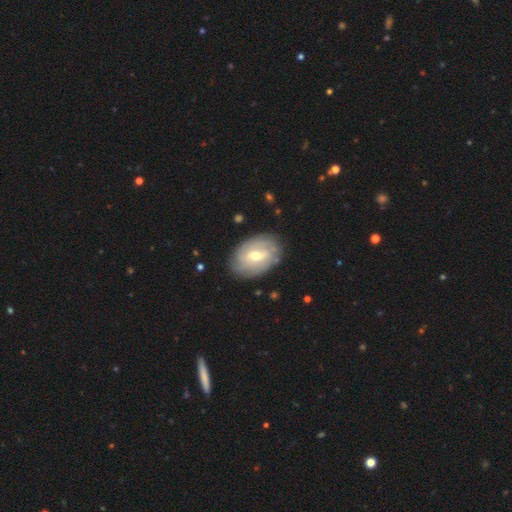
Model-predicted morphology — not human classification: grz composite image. It shows a featured or disk galaxy (64%) with a weak bar (53%), spiral arms (70%) and a moderate central bulge (61%). Merging: none (80%).